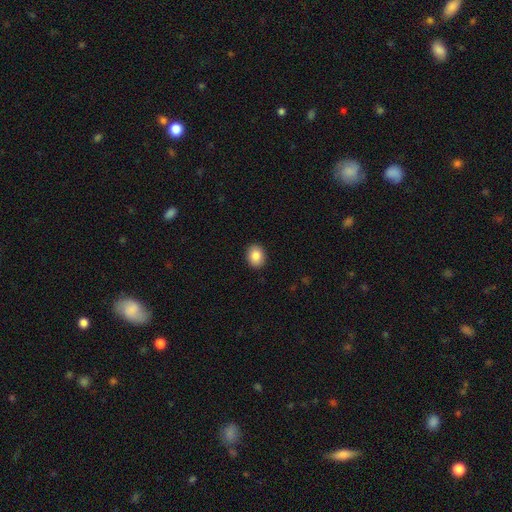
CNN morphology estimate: A smooth galaxy with no disk features (86%) that is in between round and cigar-shaped (51%). Merging: none (91%).